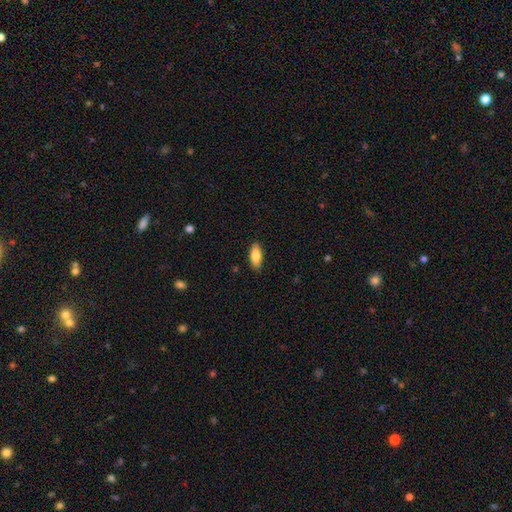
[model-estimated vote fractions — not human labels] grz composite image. It shows a smooth galaxy with no disk features (84%) that is in between round and cigar-shaped (83%). Merging: none (87%).